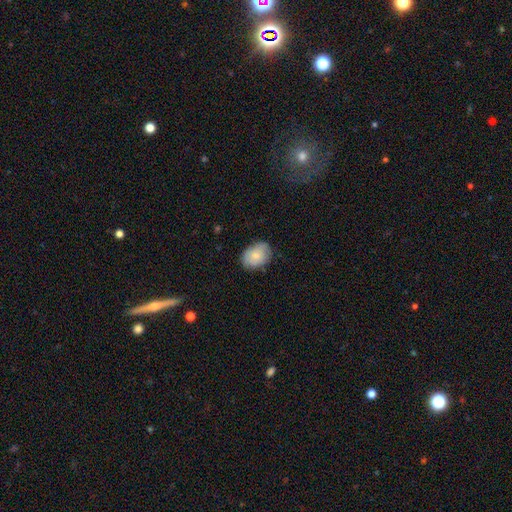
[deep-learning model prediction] Smooth or featured? smooth (77%)
How rounded? in between (75%)
Merging? none (75%)